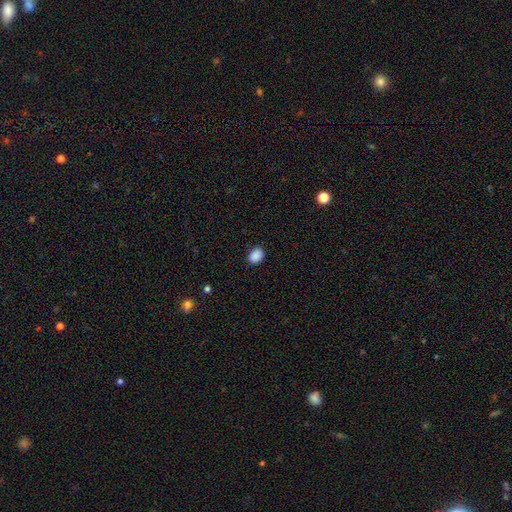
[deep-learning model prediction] smooth-or-featured: smooth: 89% | star or artifact: 9% | featured or disk: 3%
  how-rounded: in between: 64% | round: 35% | cigar-shaped: 1%
  merging: none: 88% | minor disturbance: 9% | major disturbance: 2% | merger: 1%